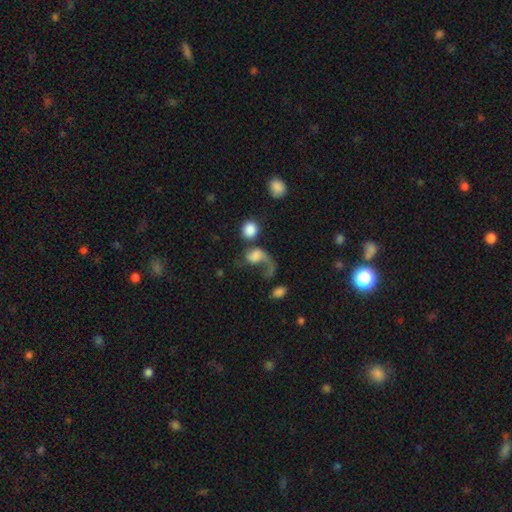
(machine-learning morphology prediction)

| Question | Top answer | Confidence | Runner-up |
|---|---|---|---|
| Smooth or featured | featured or disk | 45% | smooth (44%) |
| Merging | major disturbance | 50% | none (21%) |